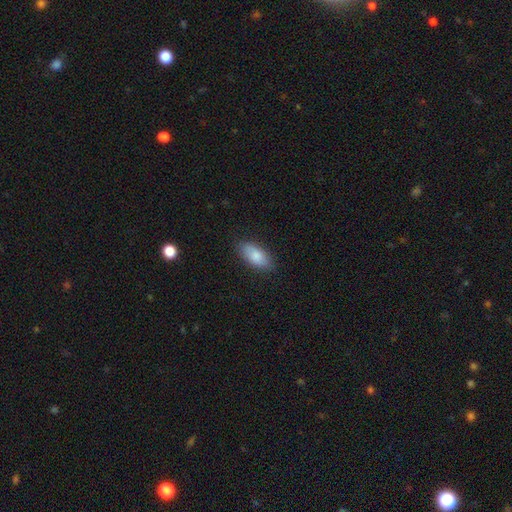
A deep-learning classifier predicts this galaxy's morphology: This appears to be a smooth galaxy with no disk features (85%) that is in between round and cigar-shaped (89%). Merging: none (85%).